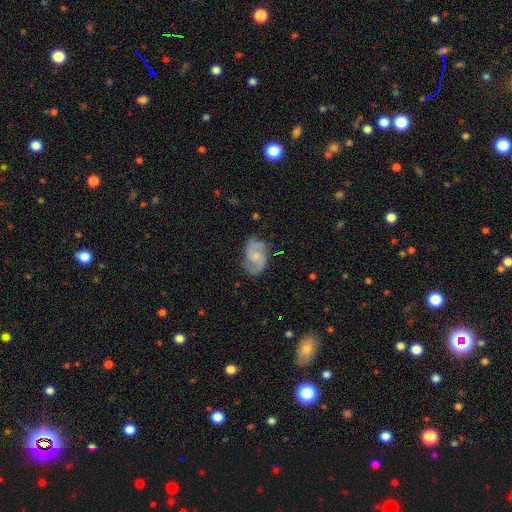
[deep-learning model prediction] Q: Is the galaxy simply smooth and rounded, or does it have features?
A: featured or disk — 78%.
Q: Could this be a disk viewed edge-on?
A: no — 98%.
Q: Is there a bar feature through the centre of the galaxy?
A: no — 53%.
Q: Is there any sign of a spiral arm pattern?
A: yes — 95%.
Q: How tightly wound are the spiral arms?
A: medium — 53%.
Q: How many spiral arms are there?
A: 2 — 89%.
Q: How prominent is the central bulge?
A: small — 44%.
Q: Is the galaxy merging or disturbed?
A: none — 76%.